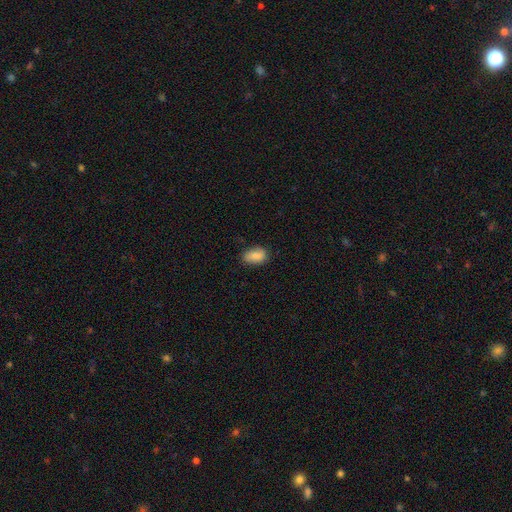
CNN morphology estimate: type=smooth (84%); roundness=in between (87%); merging=none (78%).